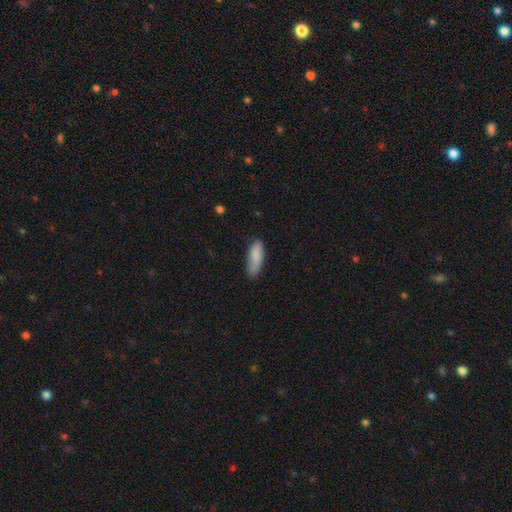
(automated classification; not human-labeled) Smooth or featured? smooth (84%)
How rounded? in between (66%)
Merging? none (68%)